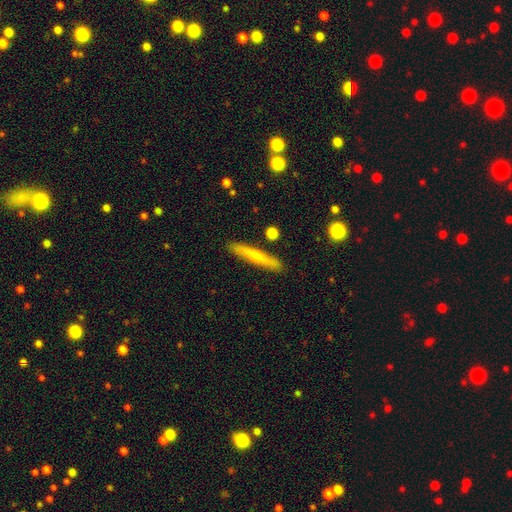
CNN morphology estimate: This appears to be a smooth galaxy with no disk features (48%). Merging: none (88%).